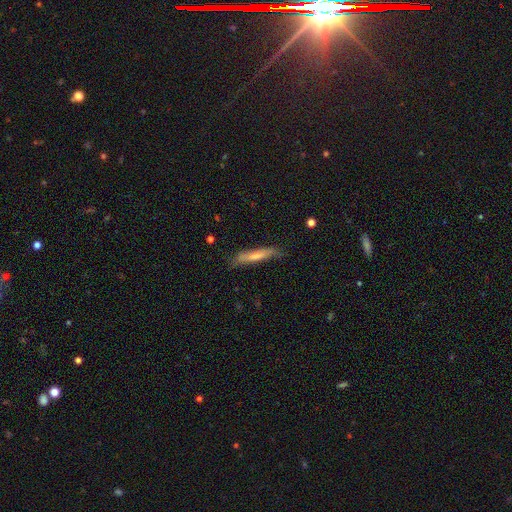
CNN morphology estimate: Smooth or featured? smooth (67%)
How rounded? cigar-shaped (90%)
Merging? none (73%)